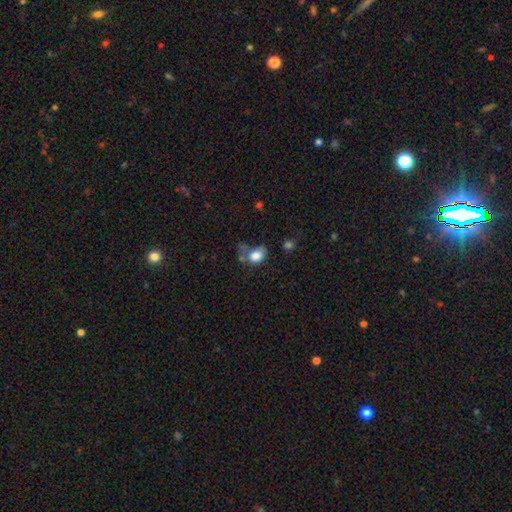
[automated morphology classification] This is likely a smooth galaxy (80%). How rounded: likely in between (67%). Merging: marginally none (34%).